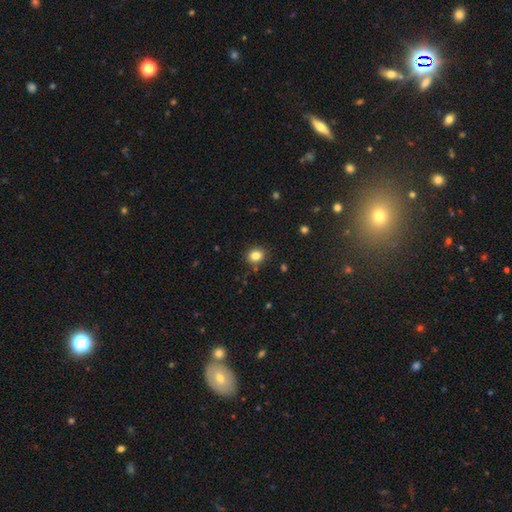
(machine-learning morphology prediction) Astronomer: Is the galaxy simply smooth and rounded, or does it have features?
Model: smooth — 83%.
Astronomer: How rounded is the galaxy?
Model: round — 67%.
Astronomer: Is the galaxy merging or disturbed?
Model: none — 85%.